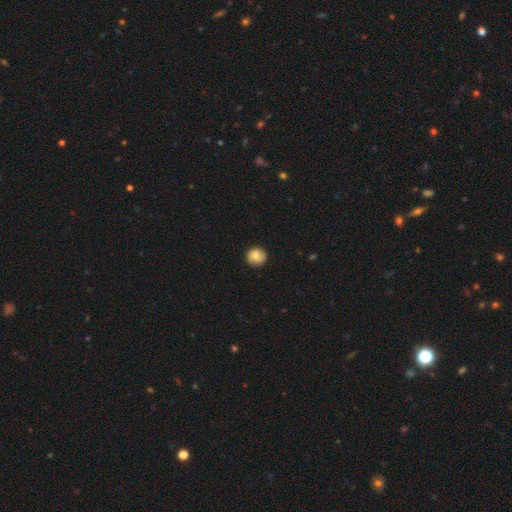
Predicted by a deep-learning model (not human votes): A smooth galaxy with no disk features (70%) that is round (91%). Merging: none (86%).